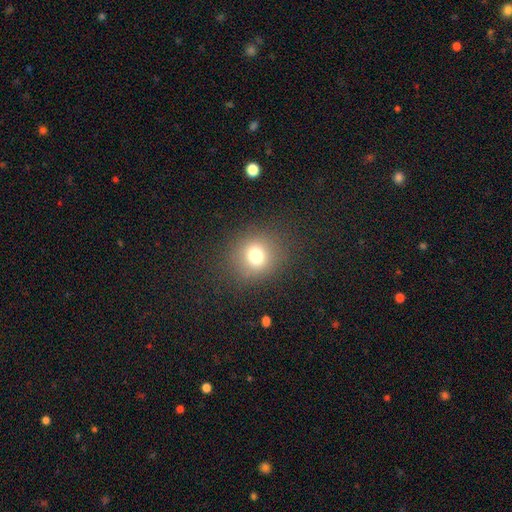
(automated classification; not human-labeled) Smooth or featured?
  - smooth: 74% *
  - star or artifact: 16%
  - featured or disk: 10%
How rounded?
  - round: 84% *
  - in between: 15%
  - cigar-shaped: 1%
Merging?
  - none: 86% *
  - minor disturbance: 8%
  - major disturbance: 5%
  - merger: 1%